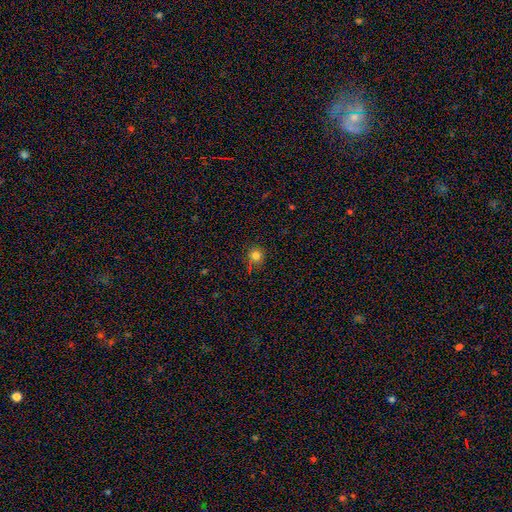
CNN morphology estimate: A smooth galaxy with no disk features (80%) that is round (91%). Merging: none (81%).